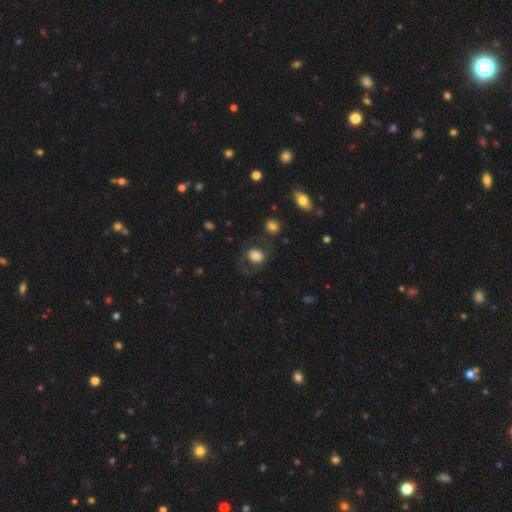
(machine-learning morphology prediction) This is likely a smooth galaxy (68%). How rounded: likely round (60%). Merging: likely none (65%).